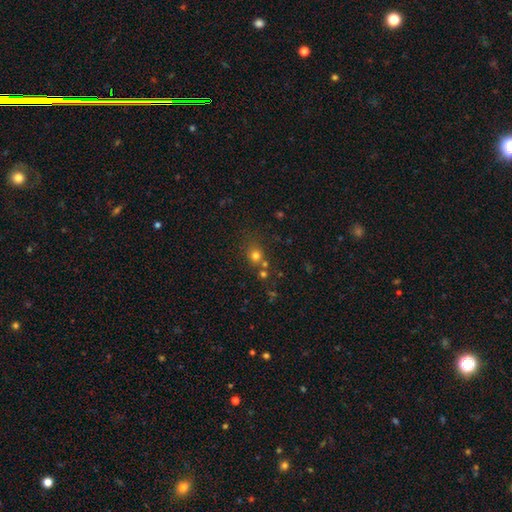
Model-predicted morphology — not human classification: This is likely a smooth galaxy (72%). How rounded: clearly round (82%). Merging: likely none (63%).